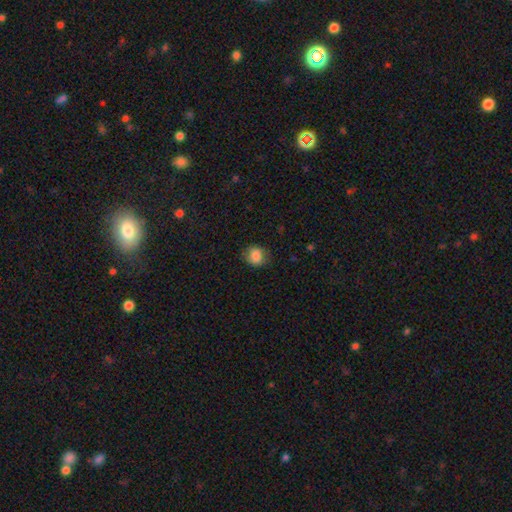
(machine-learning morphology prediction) Smooth or featured? smooth (85%)
How rounded? round (68%)
Merging? none (77%)